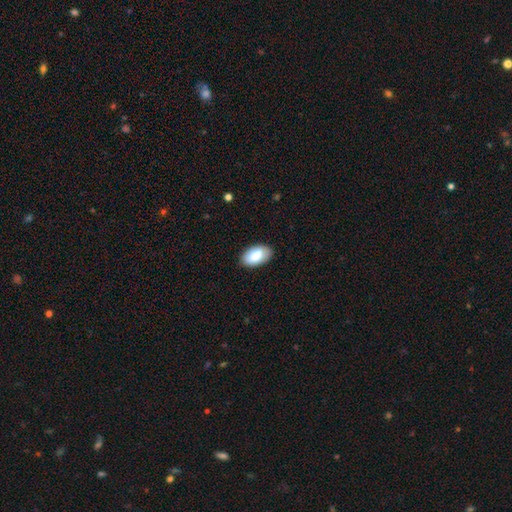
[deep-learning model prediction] Overall: smooth (86%). How rounded: in between (95%). Merging: none (86%).